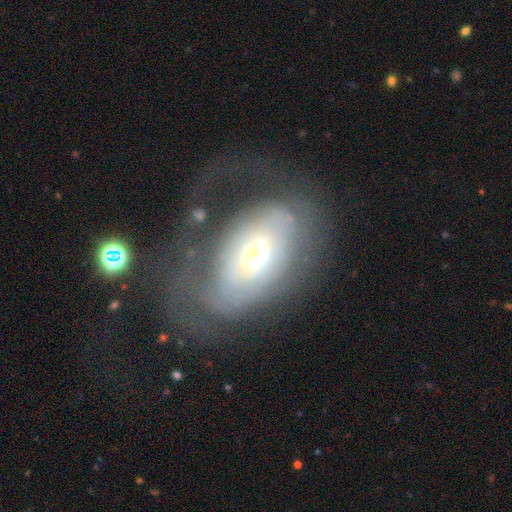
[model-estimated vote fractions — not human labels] Smooth or featured? featured or disk (54%)
Edge-on disk? no (92%)
Bar? no (66%)
Spiral arms? no (53%)
Bulge size? moderate (62%)
Merging? major disturbance (42%)